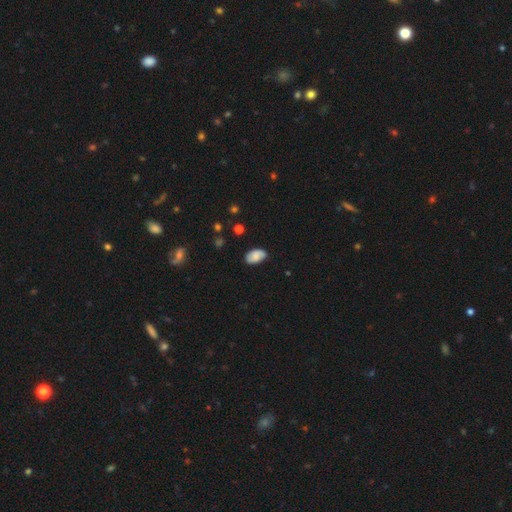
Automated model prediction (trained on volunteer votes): Smooth or featured? Predicted: smooth (p=0.70). How rounded? Predicted: in between (p=0.93). Merging? Predicted: none (p=0.76).